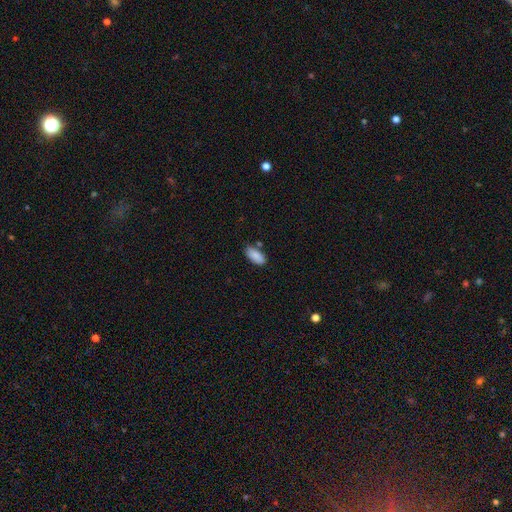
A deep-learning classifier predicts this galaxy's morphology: This is clearly a smooth galaxy (89%). How rounded: clearly in between (90%). Merging: likely none (79%).